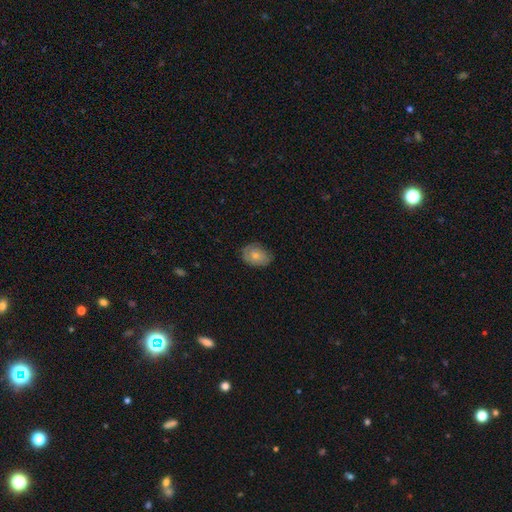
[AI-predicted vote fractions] Morphology: type=smooth (72%); roundness=in between (69%); merging=none (71%).